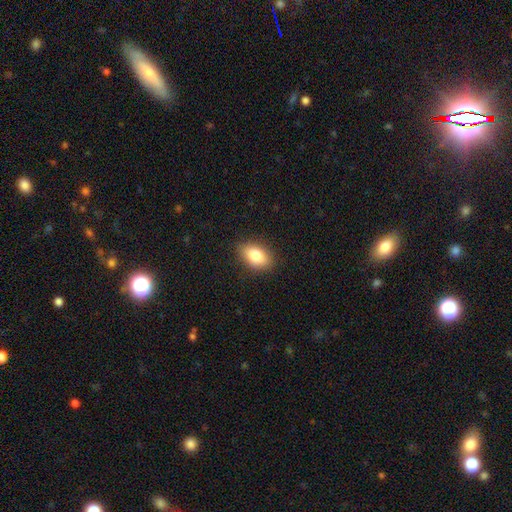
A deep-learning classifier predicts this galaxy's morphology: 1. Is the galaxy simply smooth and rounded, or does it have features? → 83% smooth, 9% featured or disk, 8% star or artifact.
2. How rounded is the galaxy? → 88% in between, 10% round, 2% cigar-shaped.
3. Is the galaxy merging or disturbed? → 86% none, 10% minor disturbance, 2% major disturbance, 1% merger.